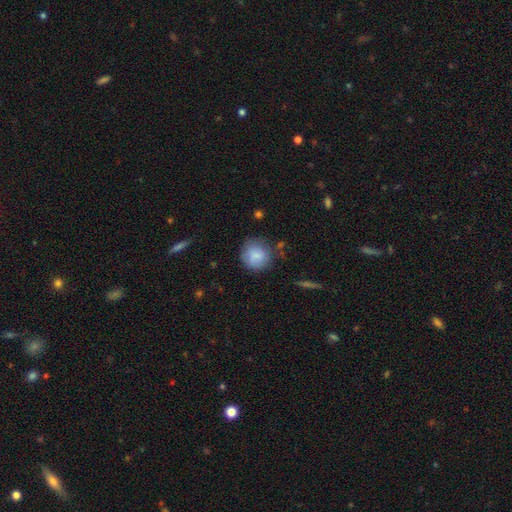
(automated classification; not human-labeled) A smooth galaxy with no disk features (83%) that is round (88%). Merging: none (73%).